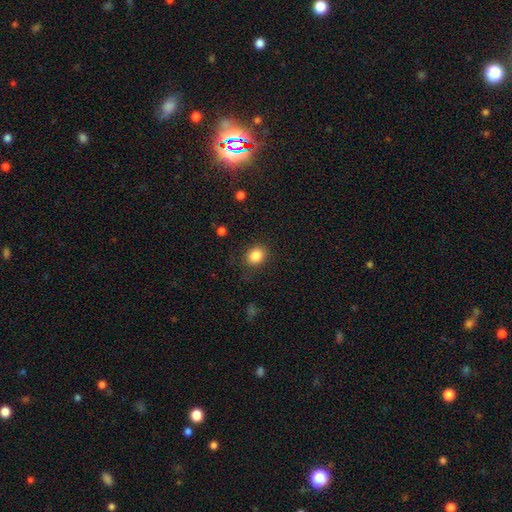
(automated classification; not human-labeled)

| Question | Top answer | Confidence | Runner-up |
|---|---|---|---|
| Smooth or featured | smooth | 86% | star or artifact (10%) |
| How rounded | round | 55% | in between (44%) |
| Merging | none | 83% | minor disturbance (11%) |